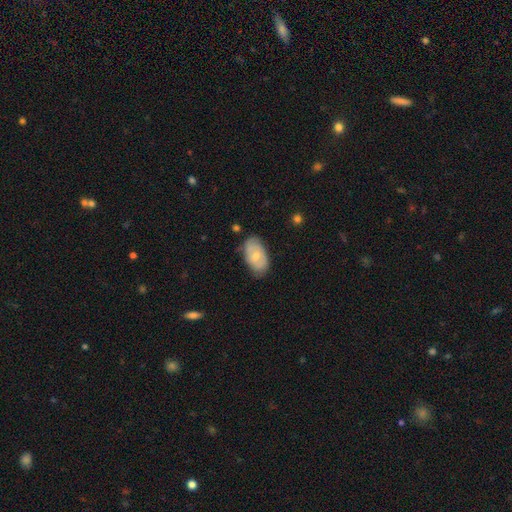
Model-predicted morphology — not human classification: type=smooth (62%); roundness=in between (93%); merging=none (68%).